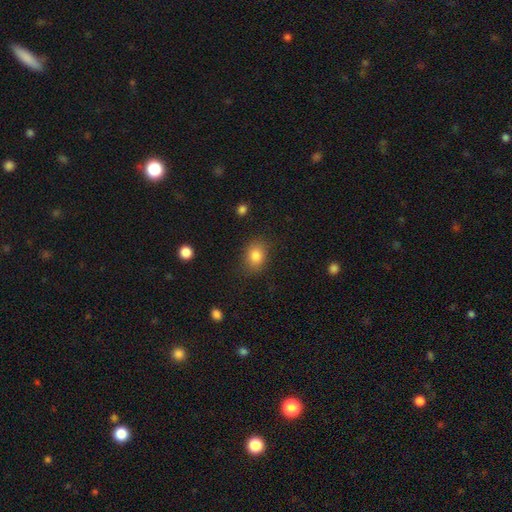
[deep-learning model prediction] smooth-or-featured: smooth: 83% | star or artifact: 10% | featured or disk: 7%
  how-rounded: in between: 62% | round: 37% | cigar-shaped: 1%
  merging: none: 81% | minor disturbance: 13% | major disturbance: 4% | merger: 1%